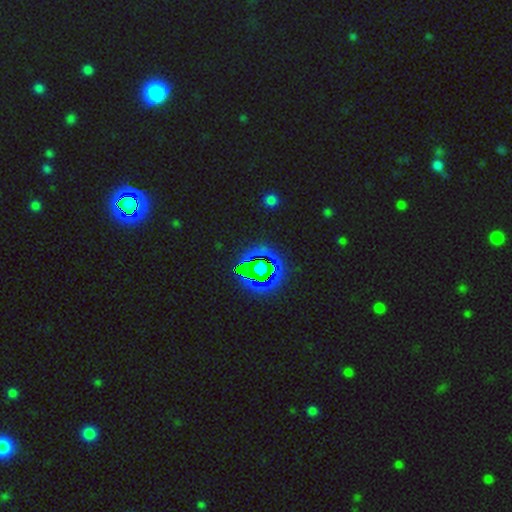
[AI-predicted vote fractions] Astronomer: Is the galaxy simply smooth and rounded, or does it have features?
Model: star or artifact — 71%.